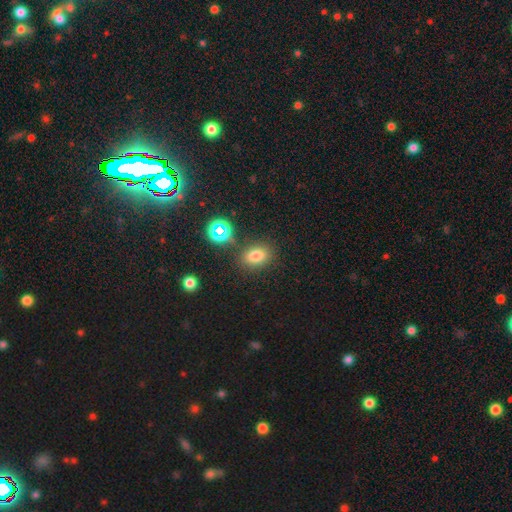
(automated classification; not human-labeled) Overall: smooth (72%). How rounded: in between (70%). Merging: none (80%).